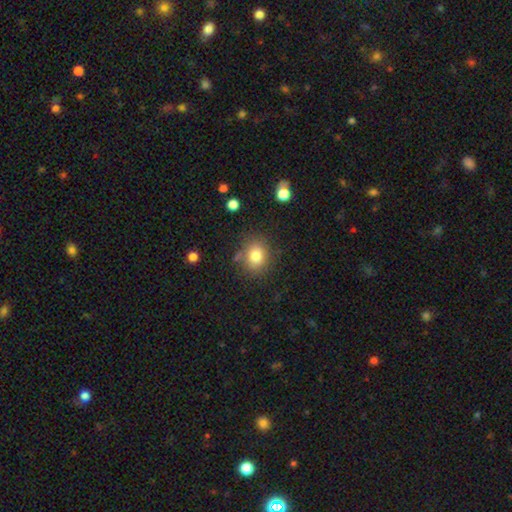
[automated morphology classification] A smooth galaxy with no disk features (81%) that is round (65%). Merging: none (77%).